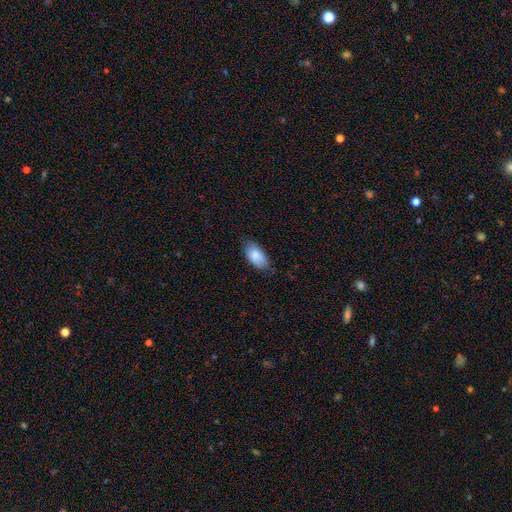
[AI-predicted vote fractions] This appears to be a smooth galaxy with no disk features (83%) that is in between round and cigar-shaped (93%). Merging: none (75%).